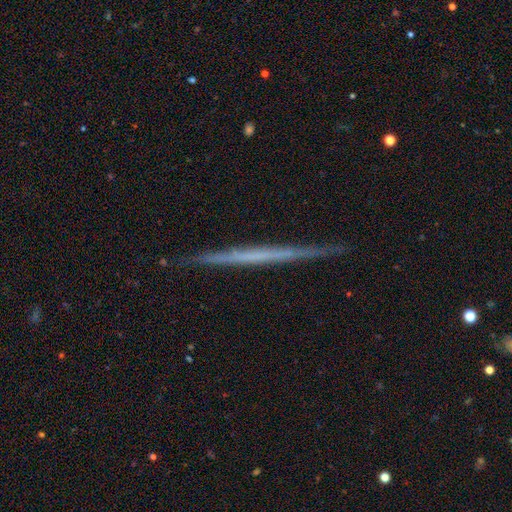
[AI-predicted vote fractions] A featured or disk galaxy (64%) viewed edge-on (98%) with no central bulge (92%).

Vote fractions:
- Smooth or featured? featured or disk: 64% / smooth: 29% / star or artifact: 6%
- Edge-on disk? yes: 98% / no: 2%
- Edge-on bulge? none: 92% / rounded: 5% / boxy: 3%
- Merging? none: 91% / minor disturbance: 6% / major disturbance: 1% / merger: 1%